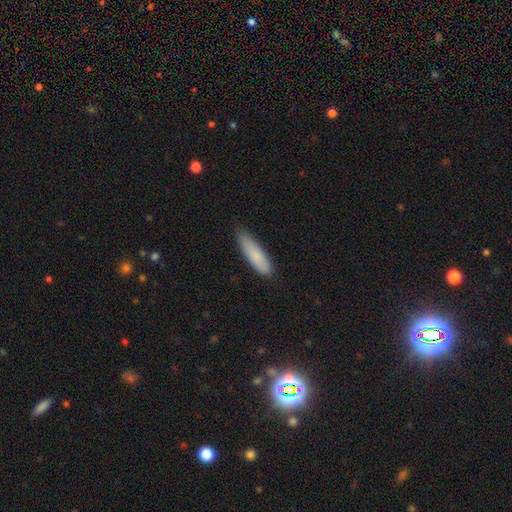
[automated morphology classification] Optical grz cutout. It shows a smooth galaxy with no disk features (83%) that is cigar-shaped (66%). Merging: none (77%).